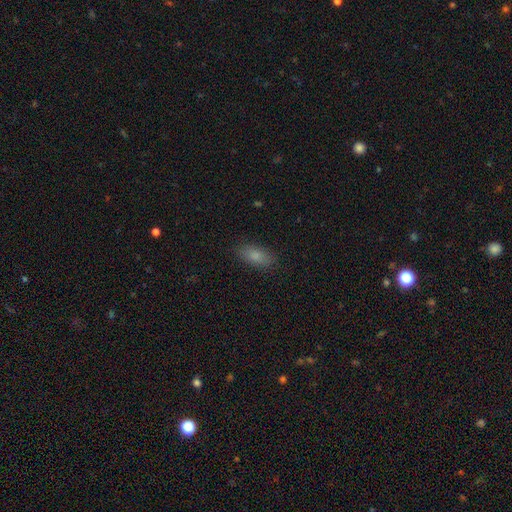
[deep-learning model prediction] Morphology: type=smooth (83%); roundness=in between (86%); merging=none (86%).